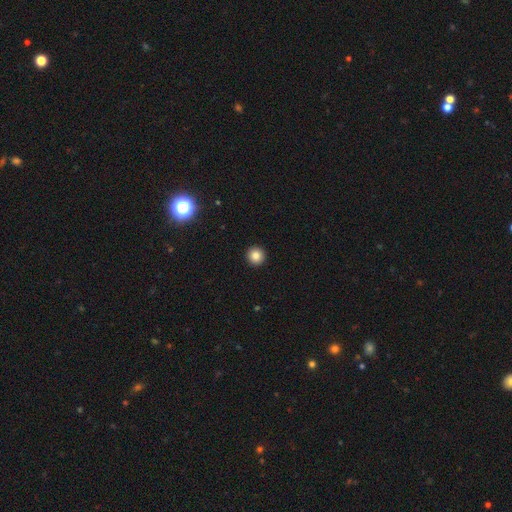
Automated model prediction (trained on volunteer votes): Smooth or featured?
  - smooth: 84% *
  - star or artifact: 11%
  - featured or disk: 5%
How rounded?
  - round: 95% *
  - in between: 4%
  - cigar-shaped: 1%
Merging?
  - none: 94% *
  - minor disturbance: 4%
  - major disturbance: 1%
  - merger: 1%